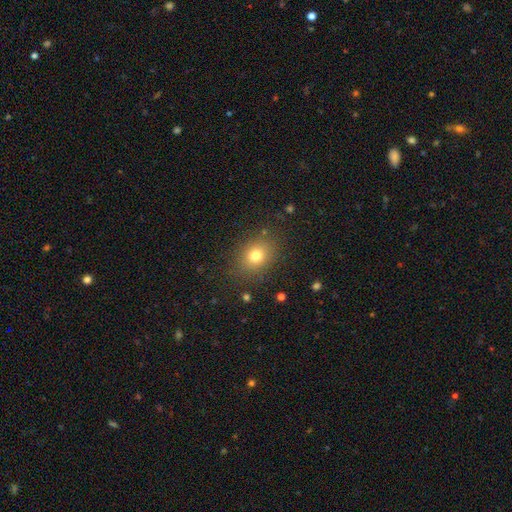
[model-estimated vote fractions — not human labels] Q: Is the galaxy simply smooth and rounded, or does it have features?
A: smooth — 76%.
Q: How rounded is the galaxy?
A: round — 54%.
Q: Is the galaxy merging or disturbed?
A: none — 84%.